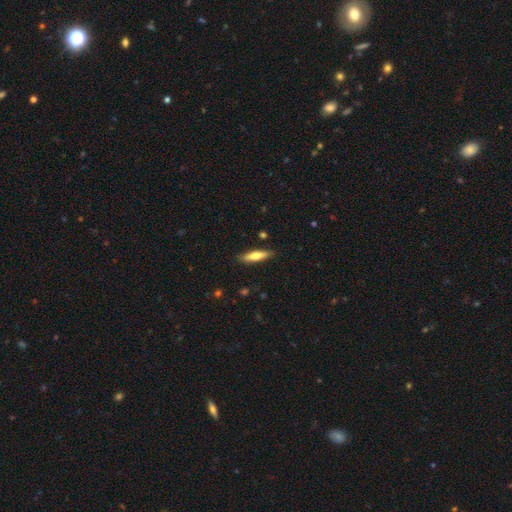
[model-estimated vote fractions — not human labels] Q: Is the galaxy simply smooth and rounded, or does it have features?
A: smooth — 64%.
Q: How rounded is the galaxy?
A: cigar-shaped — 75%.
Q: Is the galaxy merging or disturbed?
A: none — 87%.